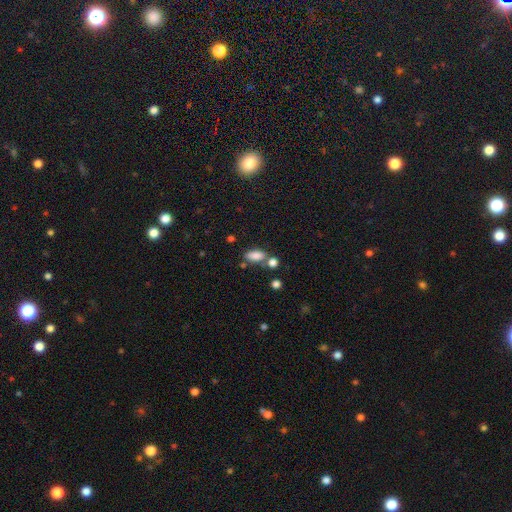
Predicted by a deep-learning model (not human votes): Smooth or featured: smooth — 83% (star or artifact — 10%)
How rounded: in between — 84% (cigar-shaped — 10%)
Merging: none — 58% (merger — 21%)